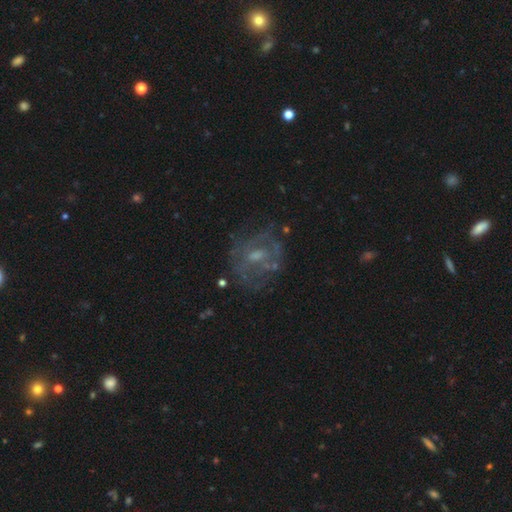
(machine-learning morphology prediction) Q: Smooth or featured?
A: featured or disk (66%); runner-up: smooth (21%)
Q: Edge-on disk?
A: no (97%); runner-up: yes (3%)
Q: Bar?
A: no (63%); runner-up: weak (31%)
Q: Spiral arms?
A: no (61%); runner-up: yes (39%)
Q: Bulge size?
A: moderate (46%); runner-up: small (36%)
Q: Merging?
A: none (61%); runner-up: minor disturbance (18%)